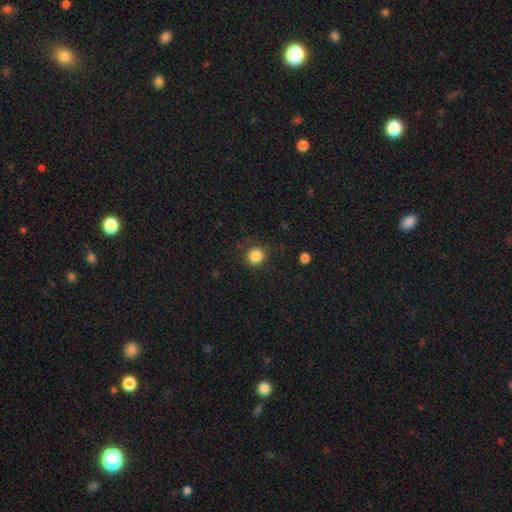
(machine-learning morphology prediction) This appears to be a smooth galaxy with no disk features (86%) that is round (92%). Merging: none (88%).